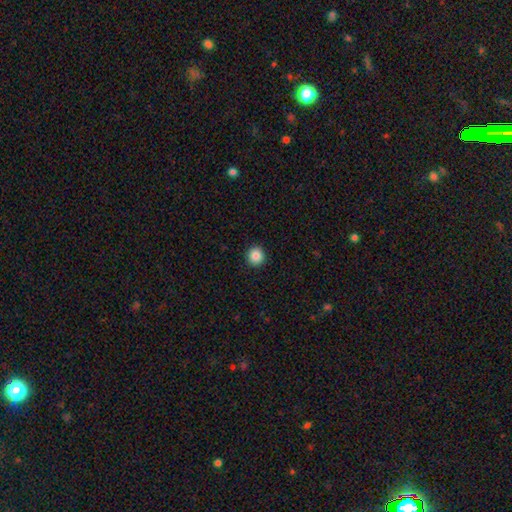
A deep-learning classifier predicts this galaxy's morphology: Smooth or featured: smooth — 86% (star or artifact — 10%)
How rounded: round — 93% (in between — 6%)
Merging: none — 93% (minor disturbance — 5%)